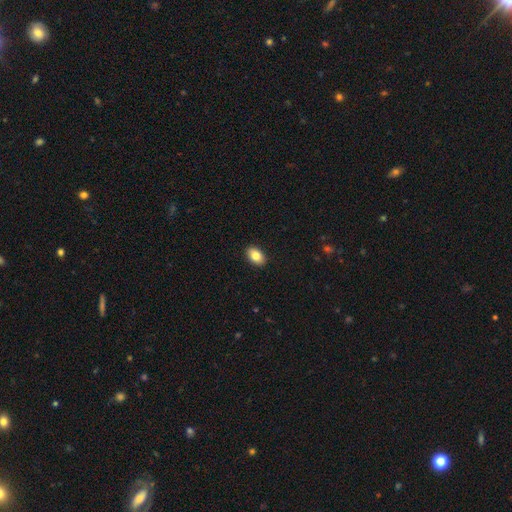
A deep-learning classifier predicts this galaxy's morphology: This is clearly a smooth galaxy (84%). How rounded: clearly in between (89%). Merging: clearly none (91%).